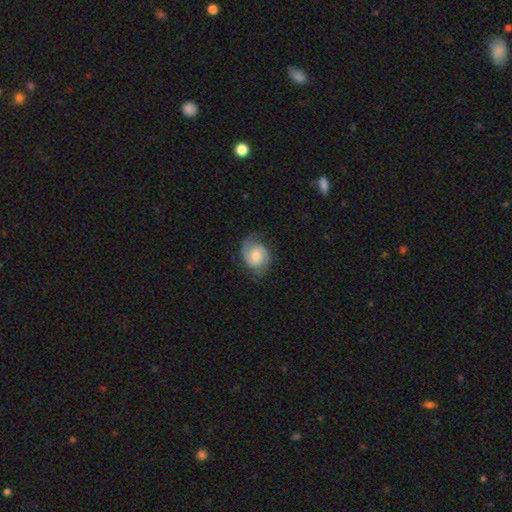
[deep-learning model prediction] This is likely a featured or disk galaxy (78%). It is clearly not viewed edge-on (98%). Bar: likely no (68%). Spiral arm pattern: clearly yes (96%). Spiral arm count: clearly 2 (88%). Spiral winding: possibly medium (45%). Central bulge: possibly moderate (50%). Merging: likely none (75%).